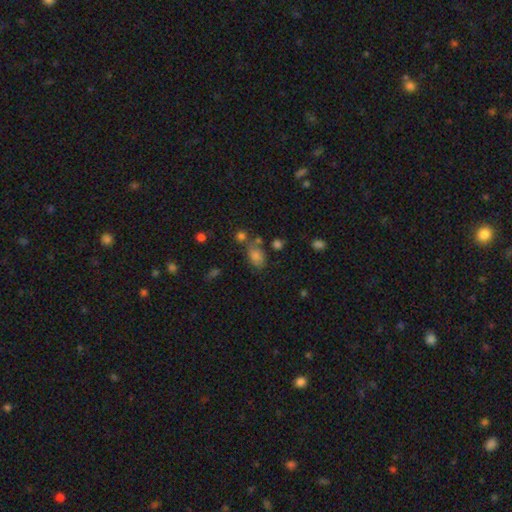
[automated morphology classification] Smooth or featured: smooth — 70% (star or artifact — 18%)
How rounded: in between — 76% (round — 22%)
Merging: none — 60% (minor disturbance — 17%)